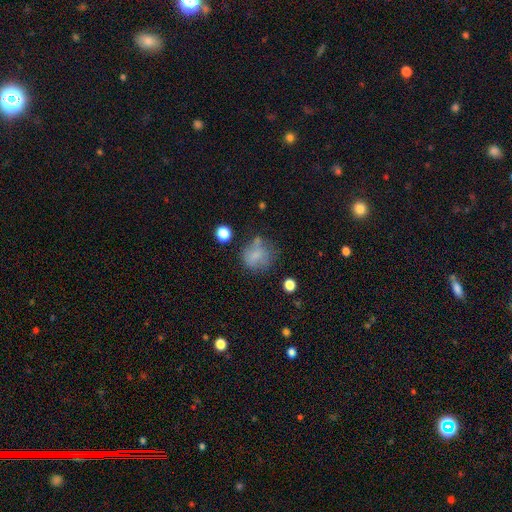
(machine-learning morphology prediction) smooth 71%, featured or disk 16%, star or artifact 13%. Down the decision tree: how rounded — round (76%); merging — none (54%).